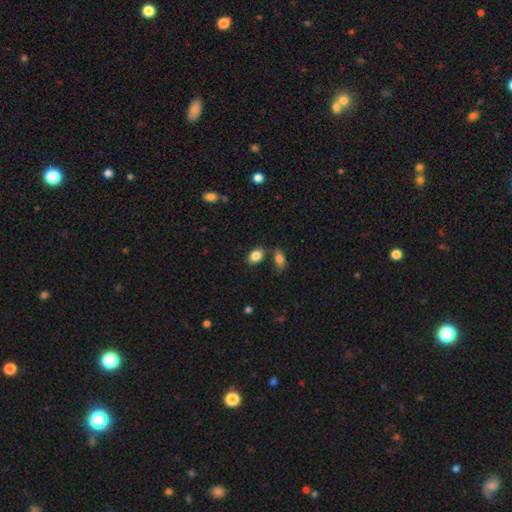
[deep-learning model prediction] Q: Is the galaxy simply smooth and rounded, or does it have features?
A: smooth — 85%.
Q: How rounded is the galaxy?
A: in between — 83%.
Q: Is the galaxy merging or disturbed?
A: none — 71%.